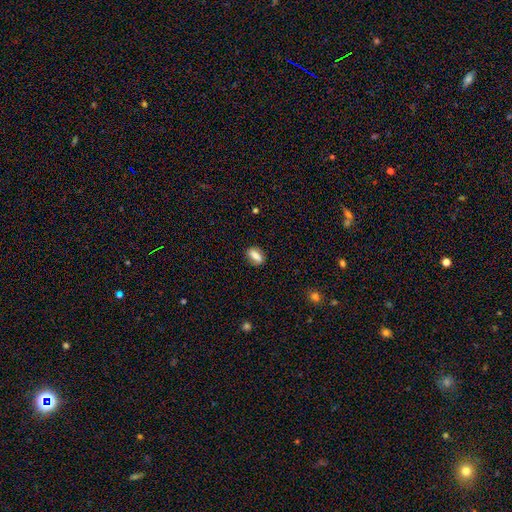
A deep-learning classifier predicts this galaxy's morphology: smooth-or-featured: smooth: 70% | featured or disk: 21% | star or artifact: 9%
  how-rounded: in between: 72% | cigar-shaped: 14% | round: 14%
  merging: none: 84% | minor disturbance: 11% | major disturbance: 3% | merger: 1%